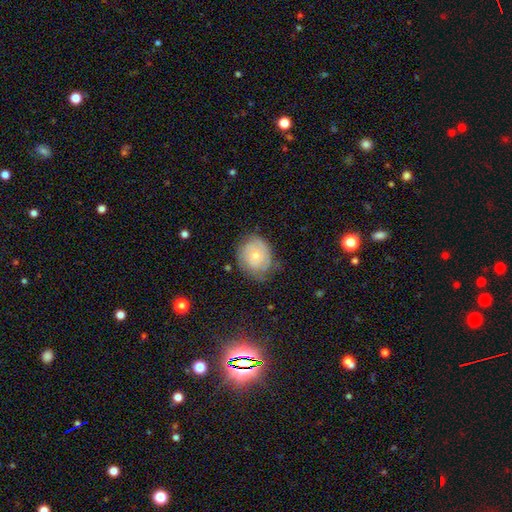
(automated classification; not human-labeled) Smooth or featured? Predicted: smooth (p=0.48). Merging? Predicted: none (p=0.58).